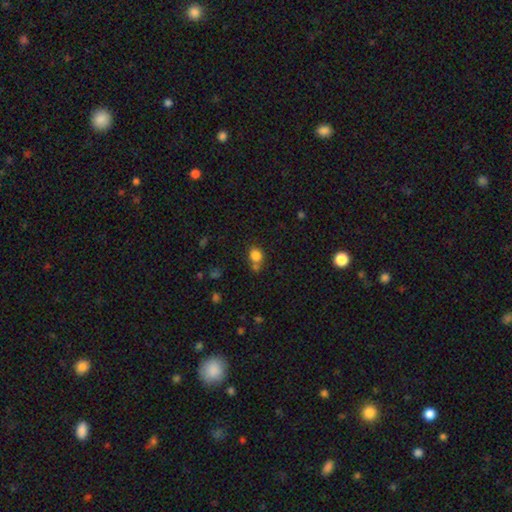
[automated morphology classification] This is clearly a smooth galaxy (82%). How rounded: likely round (68%). Merging: possibly none (52%).